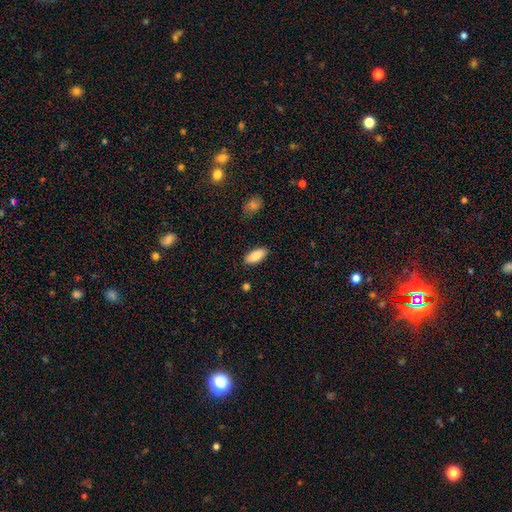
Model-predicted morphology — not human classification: A smooth galaxy with no disk features (87%) that is in between round and cigar-shaped (84%).

Vote fractions:
- Smooth or featured? smooth: 87% / featured or disk: 7% / star or artifact: 6%
- How rounded? in between: 84% / cigar-shaped: 14% / round: 2%
- Merging? none: 87% / minor disturbance: 10% / major disturbance: 2% / merger: 1%